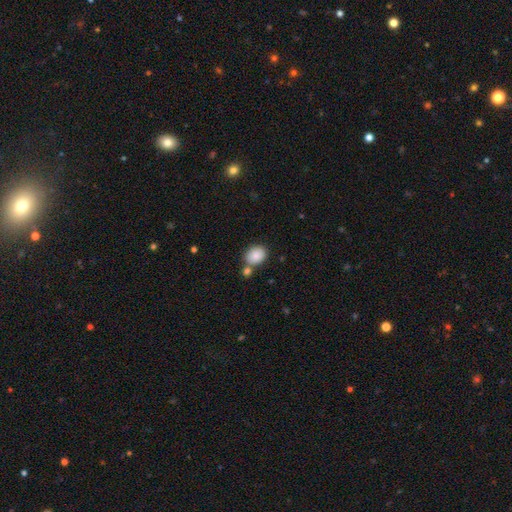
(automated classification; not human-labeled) A smooth galaxy with no disk features (85%) that is round (51%).

Vote fractions:
- Smooth or featured? smooth: 85% / star or artifact: 8% / featured or disk: 7%
- How rounded? round: 51% / in between: 48% / cigar-shaped: 1%
- Merging? none: 65% / merger: 20% / minor disturbance: 12% / major disturbance: 3%